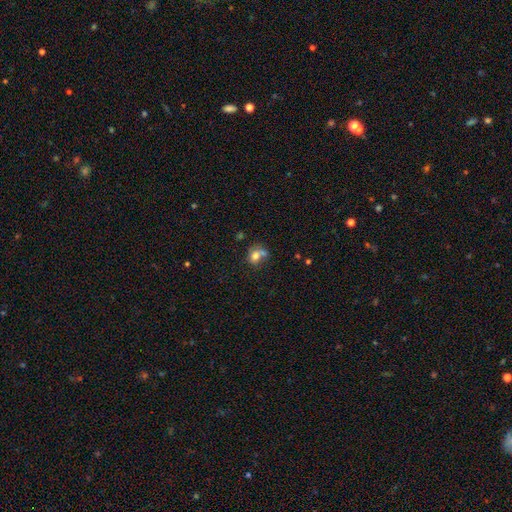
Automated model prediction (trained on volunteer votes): A smooth galaxy with no disk features (74%) that is round (64%).

Vote fractions:
- Smooth or featured? smooth: 74% / featured or disk: 15% / star or artifact: 11%
- How rounded? round: 64% / in between: 35% / cigar-shaped: 1%
- Merging? merger: 38% (tied) / none: 38% (tied) / minor disturbance: 16% / major disturbance: 8%